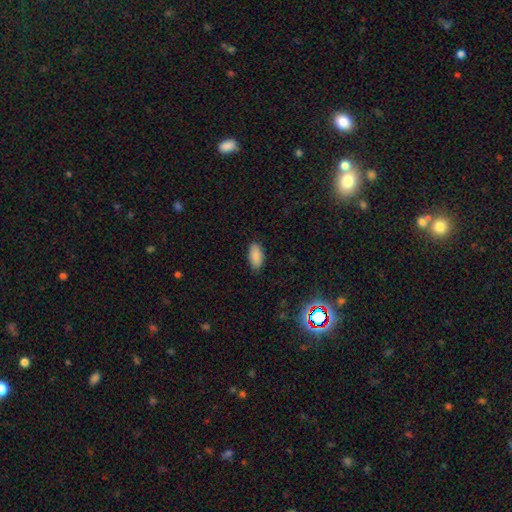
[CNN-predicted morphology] A smooth galaxy with no disk features (87%) that is in between round and cigar-shaped (93%). Merging: none (84%).